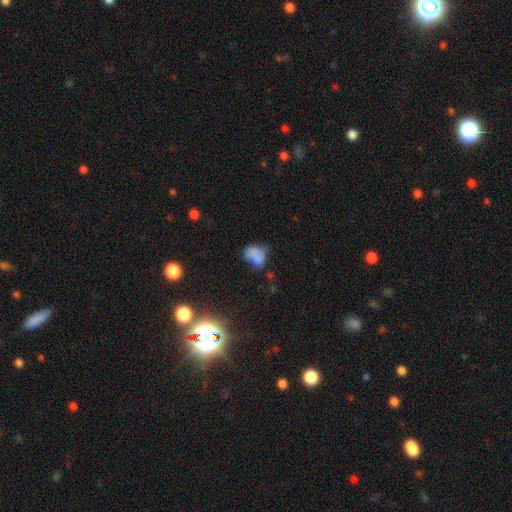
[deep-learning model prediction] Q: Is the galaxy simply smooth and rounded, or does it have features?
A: smooth — 69%.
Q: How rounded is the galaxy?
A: in between — 66%.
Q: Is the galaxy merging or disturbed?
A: none — 39%.